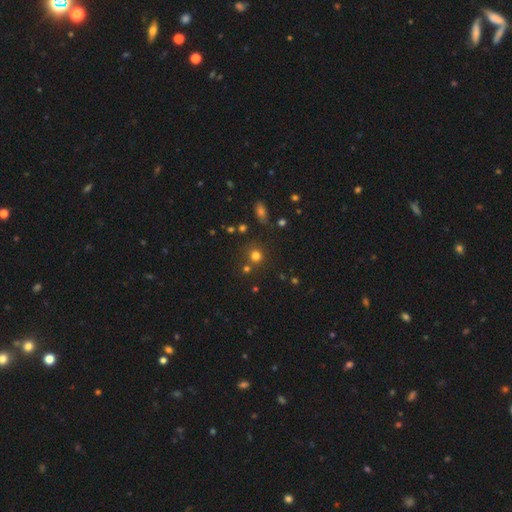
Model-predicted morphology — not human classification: A smooth galaxy with no disk features (73%) that is round (89%).

Vote fractions:
- Smooth or featured? smooth: 73% / star or artifact: 20% / featured or disk: 7%
- How rounded? round: 89% / in between: 10% / cigar-shaped: 1%
- Merging? none: 73% / merger: 13% / minor disturbance: 9% / major disturbance: 4%